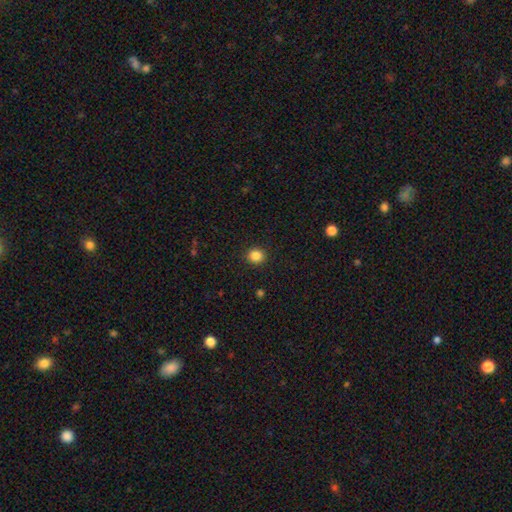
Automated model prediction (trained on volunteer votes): Morphology: type=smooth (85%); roundness=round (86%); merging=none (91%).